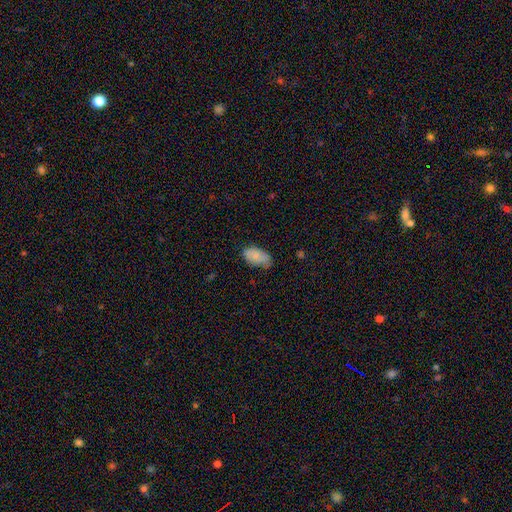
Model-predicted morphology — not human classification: Smooth or featured? smooth (81%)
How rounded? in between (94%)
Merging? none (61%)